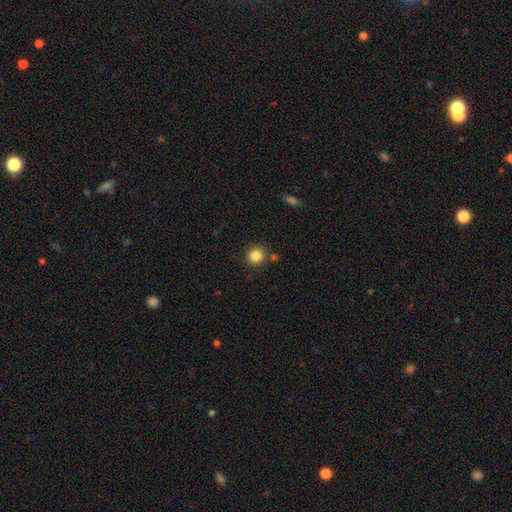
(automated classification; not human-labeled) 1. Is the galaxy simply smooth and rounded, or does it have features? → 85% smooth, 11% star or artifact, 5% featured or disk.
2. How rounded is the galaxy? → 92% round, 7% in between, 1% cigar-shaped.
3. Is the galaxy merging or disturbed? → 83% none, 8% minor disturbance, 6% merger, 3% major disturbance.